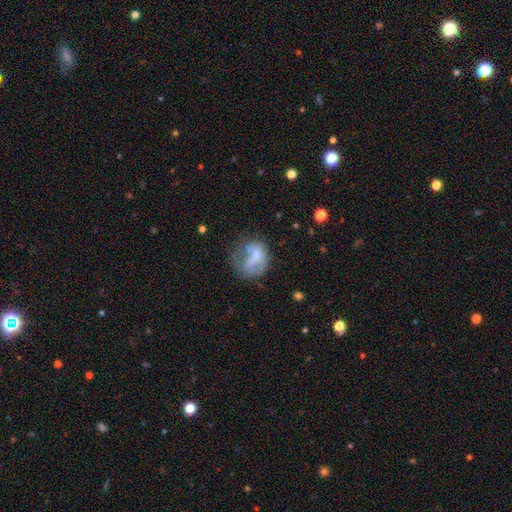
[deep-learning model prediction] Overall: smooth (55%; featured or disk 35%). How rounded: round (54%; in between 44%). Merging: major disturbance (36%; none 31%).